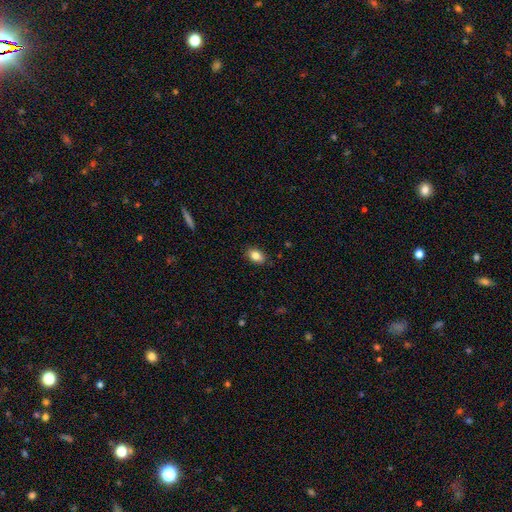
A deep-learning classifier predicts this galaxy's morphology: Smooth or featured: smooth — 84% (star or artifact — 9%)
How rounded: in between — 84% (round — 14%)
Merging: none — 87% (minor disturbance — 10%)